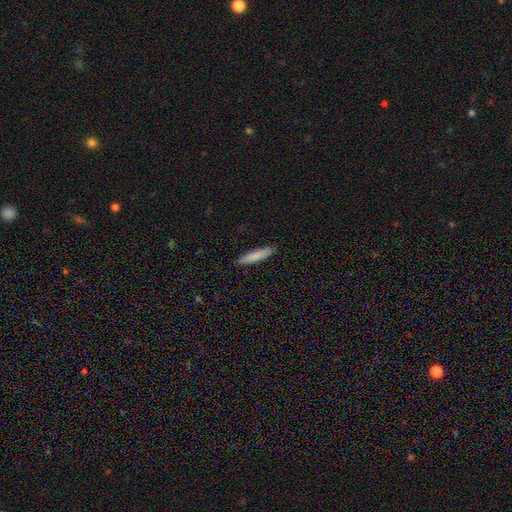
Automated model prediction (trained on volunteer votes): Overall: smooth (82%). How rounded: cigar-shaped (87%). Merging: none (90%).